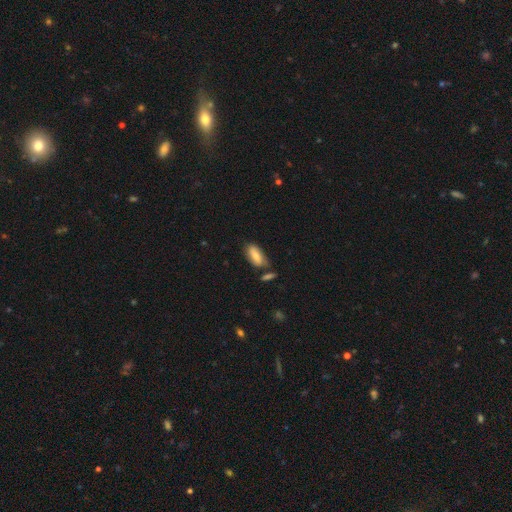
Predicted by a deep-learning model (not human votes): A smooth galaxy with no disk features (75%) that is in between round and cigar-shaped (88%). Merging: none (62%).